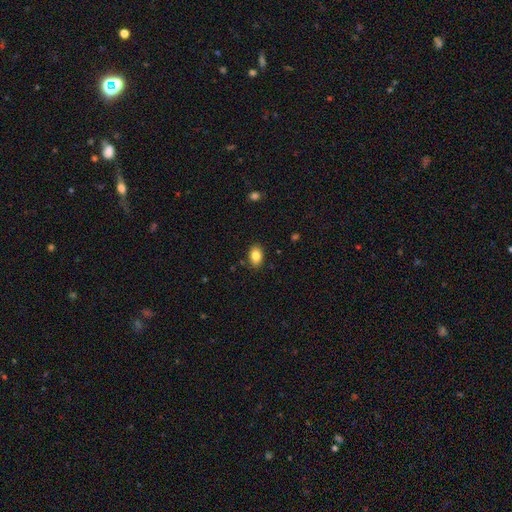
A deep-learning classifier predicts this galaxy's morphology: A smooth galaxy with no disk features (83%) that is in between round and cigar-shaped (82%).

Vote fractions:
- Smooth or featured? smooth: 83% / star or artifact: 9% / featured or disk: 8%
- How rounded? in between: 82% / round: 16% / cigar-shaped: 1%
- Merging? none: 87% / minor disturbance: 10% / major disturbance: 2% / merger: 1%